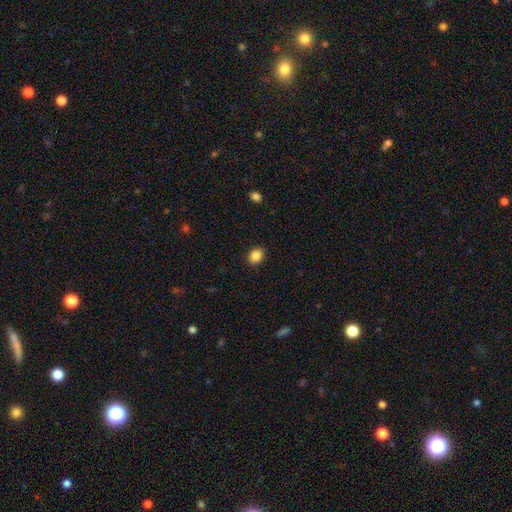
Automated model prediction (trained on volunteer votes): Morphology: type=smooth (87%); roundness=in between (50%); merging=none (89%).